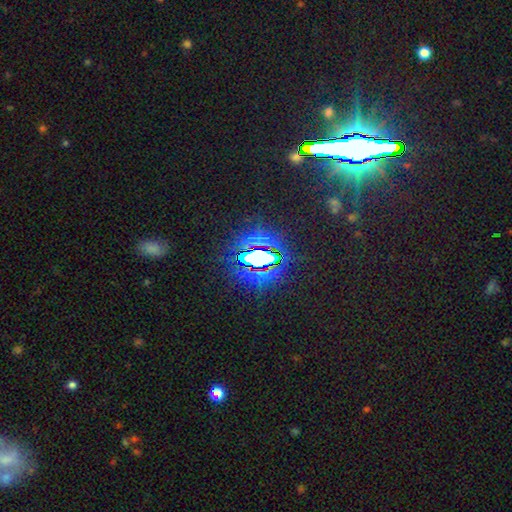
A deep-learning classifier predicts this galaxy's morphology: Smooth or featured? star or artifact (76%)